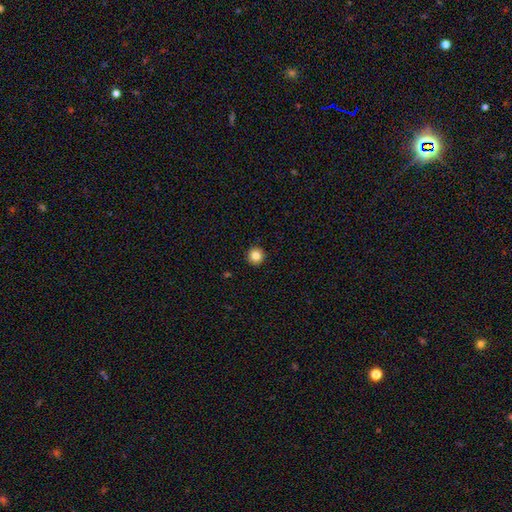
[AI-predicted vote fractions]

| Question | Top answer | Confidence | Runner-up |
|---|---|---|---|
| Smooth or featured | smooth | 84% | star or artifact (10%) |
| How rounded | round | 95% | in between (4%) |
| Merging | none | 93% | minor disturbance (4%) |